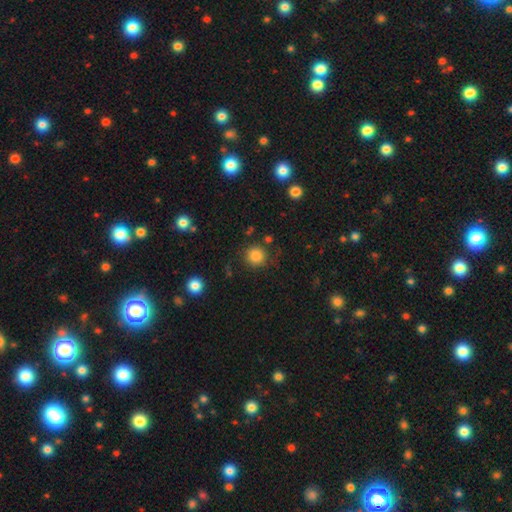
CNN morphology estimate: Smooth or featured: smooth — 85% (star or artifact — 11%)
How rounded: round — 93% (in between — 6%)
Merging: none — 82% (minor disturbance — 10%)